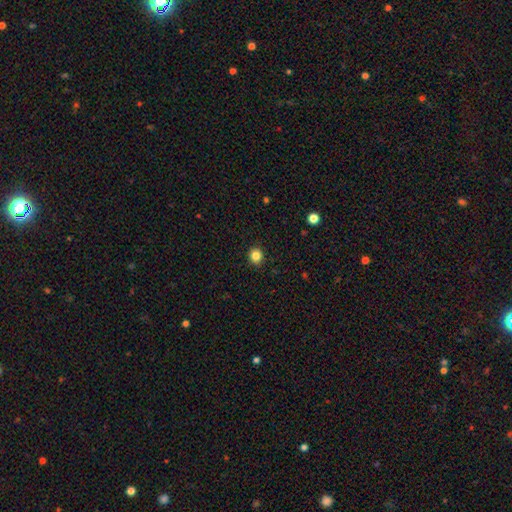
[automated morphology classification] smooth_or_featured: smooth (p=0.84) [alt: star or artifact p=0.11]
how_rounded: round (p=0.81) [alt: in between p=0.18]
merging: none (p=0.92) [alt: minor disturbance p=0.06]